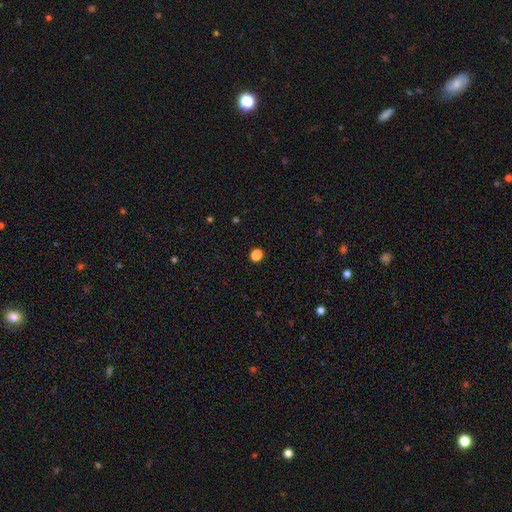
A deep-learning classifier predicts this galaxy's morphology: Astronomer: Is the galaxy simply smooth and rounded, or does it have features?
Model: smooth — 81%.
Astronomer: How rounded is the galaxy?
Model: round — 53% (runner-up: in between, 46%).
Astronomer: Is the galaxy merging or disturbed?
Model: none — 89%.